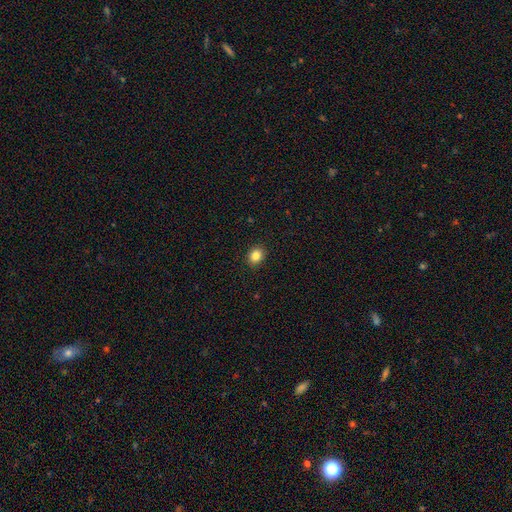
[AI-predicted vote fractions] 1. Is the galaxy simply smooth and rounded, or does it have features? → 84% smooth, 11% star or artifact, 5% featured or disk.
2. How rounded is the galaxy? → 58% round, 41% in between, 1% cigar-shaped.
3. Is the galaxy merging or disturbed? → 91% none, 6% minor disturbance, 2% major disturbance, 1% merger.